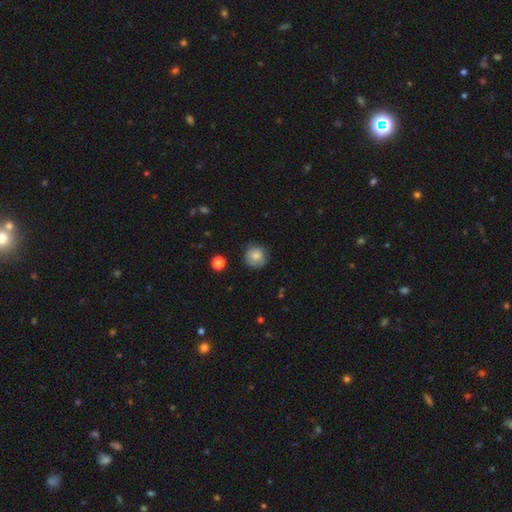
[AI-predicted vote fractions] smooth_or_featured: smooth (p=0.80) [alt: featured or disk p=0.12]
how_rounded: round (p=0.92) [alt: in between p=0.07]
merging: none (p=0.79) [alt: minor disturbance p=0.17]